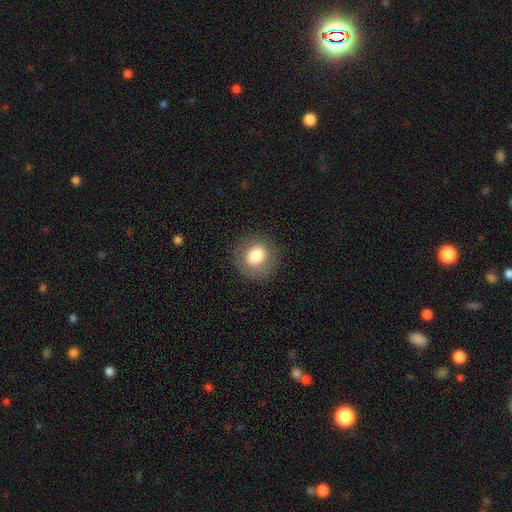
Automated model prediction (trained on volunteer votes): This is likely a smooth galaxy (78%). How rounded: clearly round (84%). Merging: clearly none (86%).